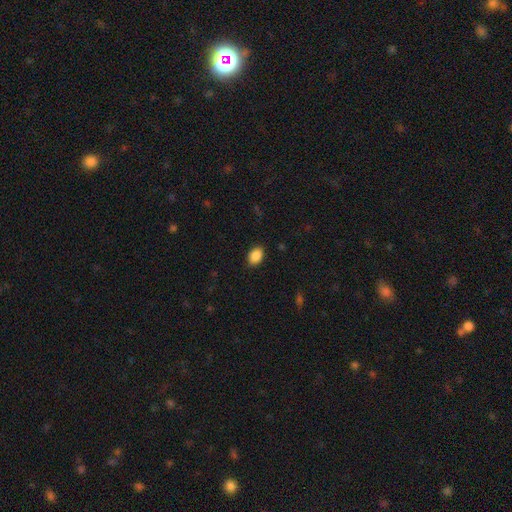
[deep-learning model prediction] A smooth galaxy with no disk features (89%) that is in between round and cigar-shaped (82%).

Vote fractions:
- Smooth or featured? smooth: 89% / star or artifact: 8% / featured or disk: 4%
- How rounded? in between: 82% / round: 17% / cigar-shaped: 1%
- Merging? none: 85% / minor disturbance: 11% / major disturbance: 2% / merger: 1%